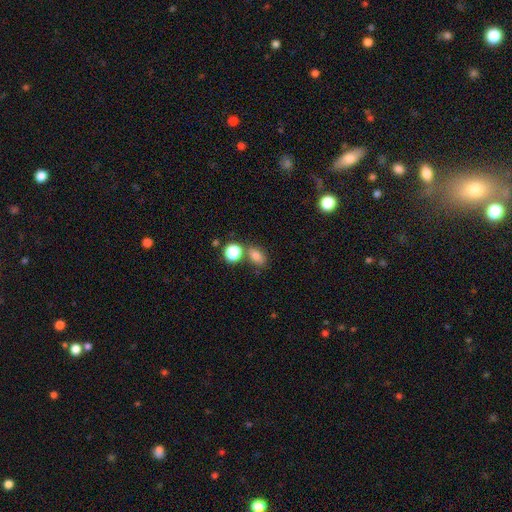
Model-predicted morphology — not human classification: This appears to be a smooth galaxy with no disk features (79%) that is in between round and cigar-shaped (71%). Merging: none (59%).